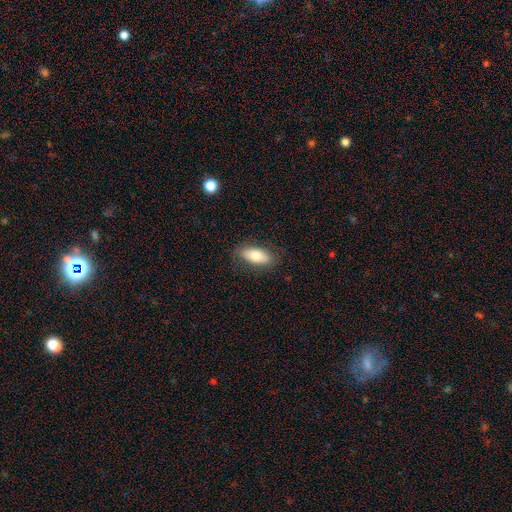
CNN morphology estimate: This is likely a smooth galaxy (75%). How rounded: clearly in between (86%). Merging: clearly none (84%).